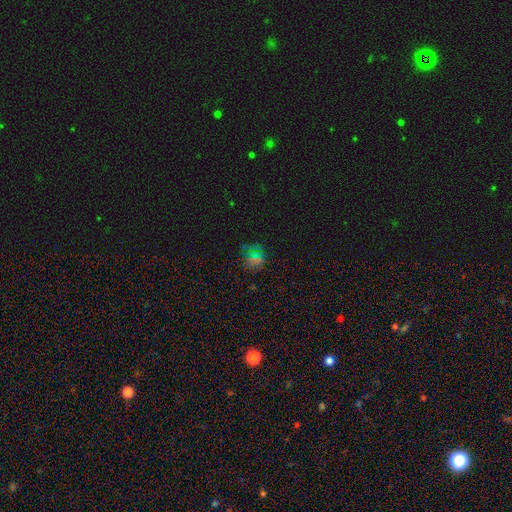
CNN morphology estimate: type=smooth (44%); merging=none (61%).